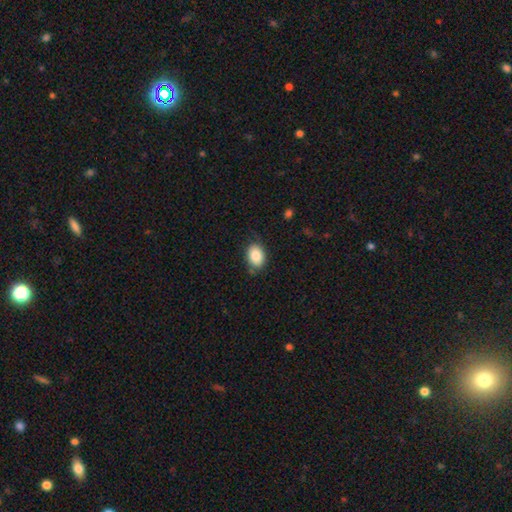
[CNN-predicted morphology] smooth-or-featured: smooth: 86% | star or artifact: 8% | featured or disk: 7%
  how-rounded: in between: 81% | round: 18% | cigar-shaped: 1%
  merging: none: 76% | minor disturbance: 18% | major disturbance: 4% | merger: 2%